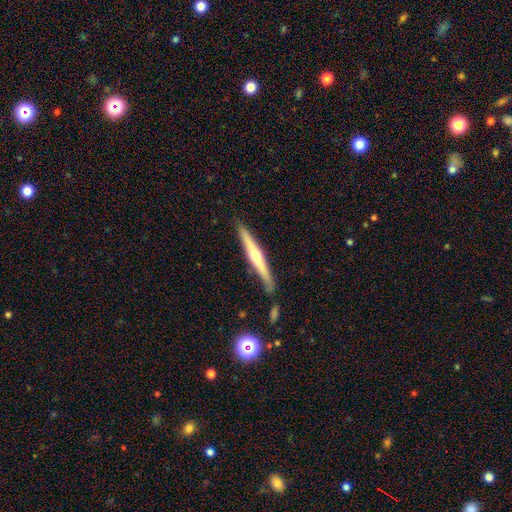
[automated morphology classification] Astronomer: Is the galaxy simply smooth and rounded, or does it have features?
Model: featured or disk — 67%.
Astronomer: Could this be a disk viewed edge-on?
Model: yes — 97%.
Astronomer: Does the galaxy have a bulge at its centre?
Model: rounded — 88%.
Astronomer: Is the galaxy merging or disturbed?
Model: none — 82%.